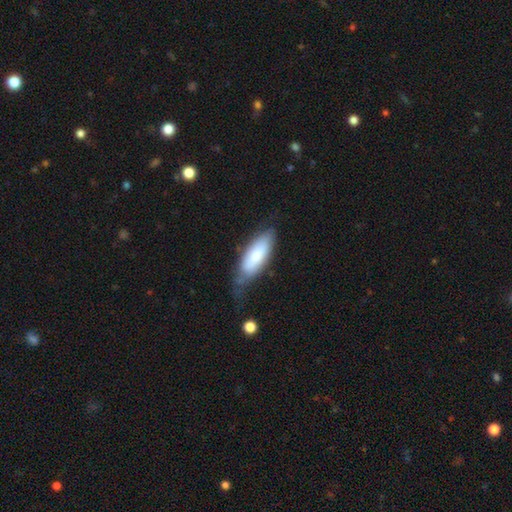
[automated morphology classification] A smooth galaxy with no disk features (72%) that is in between round and cigar-shaped (71%). Merging: none (51%).